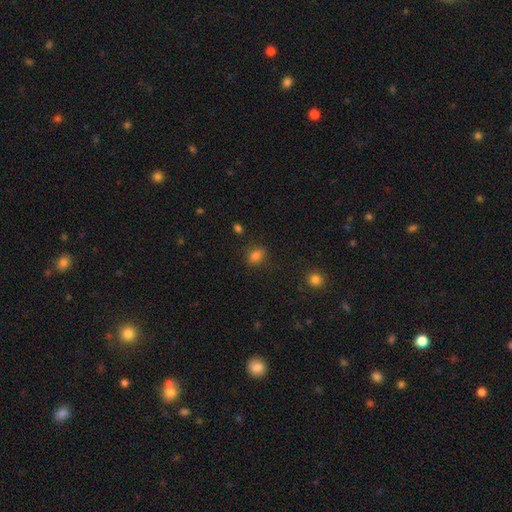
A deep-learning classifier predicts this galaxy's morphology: A smooth galaxy with no disk features (82%) that is in between round and cigar-shaped (65%).

Vote fractions:
- Smooth or featured? smooth: 82% / star or artifact: 13% / featured or disk: 5%
- How rounded? in between: 65% / round: 33% / cigar-shaped: 2%
- Merging? none: 83% / minor disturbance: 12% / major disturbance: 3% / merger: 2%